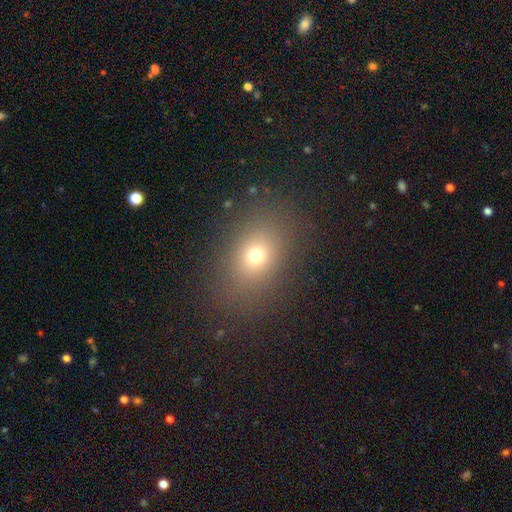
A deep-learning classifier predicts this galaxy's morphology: The model was most divided on "how rounded": in between: 64%, round: 34%, cigar-shaped: 2%. More confident: merging — none (83%); smooth or featured — smooth (68%).